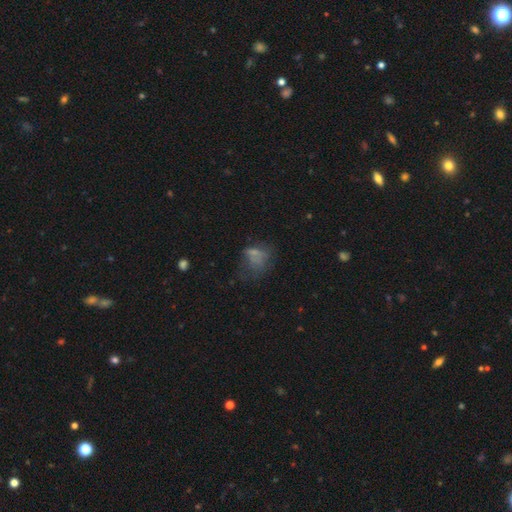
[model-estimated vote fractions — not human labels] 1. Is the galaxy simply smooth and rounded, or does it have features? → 54% smooth, 27% featured or disk, 19% star or artifact.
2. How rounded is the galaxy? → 66% in between, 32% round, 2% cigar-shaped.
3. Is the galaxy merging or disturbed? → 42% major disturbance, 31% none, 21% minor disturbance, 6% merger.